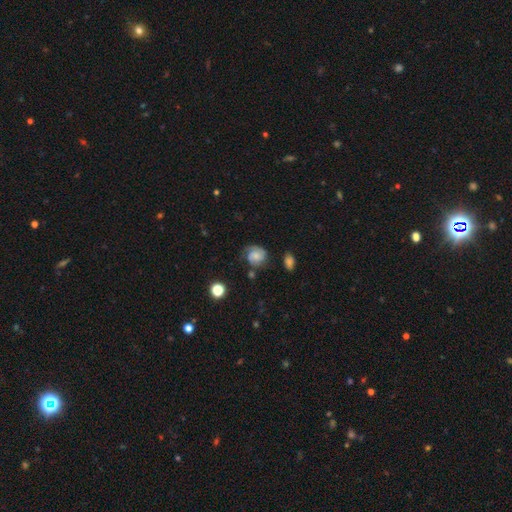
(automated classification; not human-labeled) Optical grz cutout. It shows a featured or disk galaxy (58%) with no bar (64%), 2 (61%) tight (50%) spiral arms (91%) and a small central bulge (44%). Merging: none (60%).